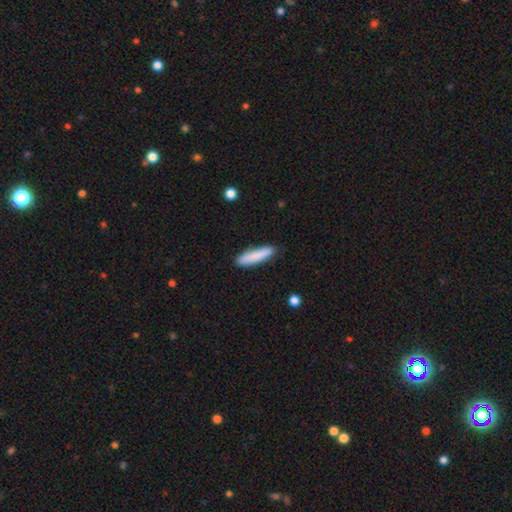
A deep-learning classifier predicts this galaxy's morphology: Smooth or featured?
  - smooth: 85% *
  - featured or disk: 9%
  - star or artifact: 6%
How rounded?
  - cigar-shaped: 81% *
  - in between: 18%
  - round: 1%
Merging?
  - none: 87% *
  - minor disturbance: 10%
  - major disturbance: 2%
  - merger: 1%